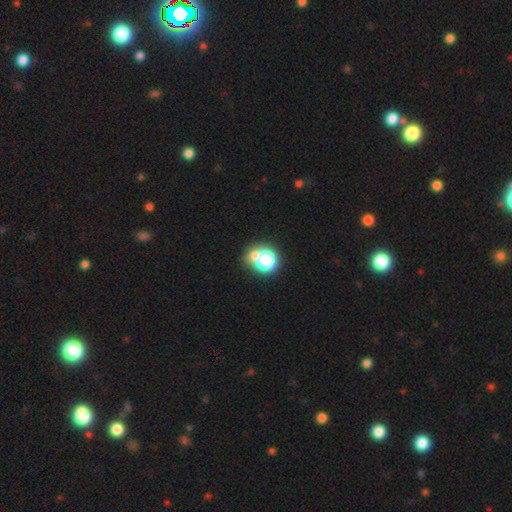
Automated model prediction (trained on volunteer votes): Overall: smooth (61%; star or artifact 27%). How rounded: round (73%). Merging: none (49%; merger 31%).